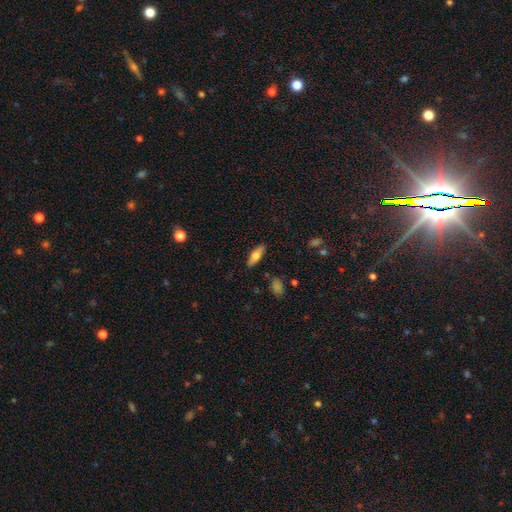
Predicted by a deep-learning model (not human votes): Q: Smooth or featured?
A: smooth (62%); runner-up: featured or disk (31%)
Q: How rounded?
A: in between (60%); runner-up: cigar-shaped (37%)
Q: Merging?
A: none (87%); runner-up: minor disturbance (9%)